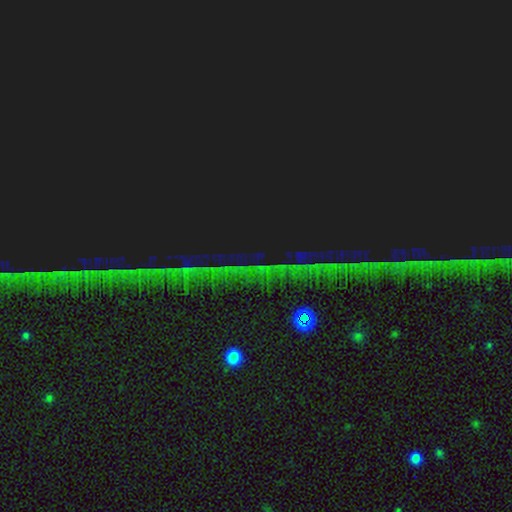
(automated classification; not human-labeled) Smooth or featured? Predicted: star or artifact (p=0.87).